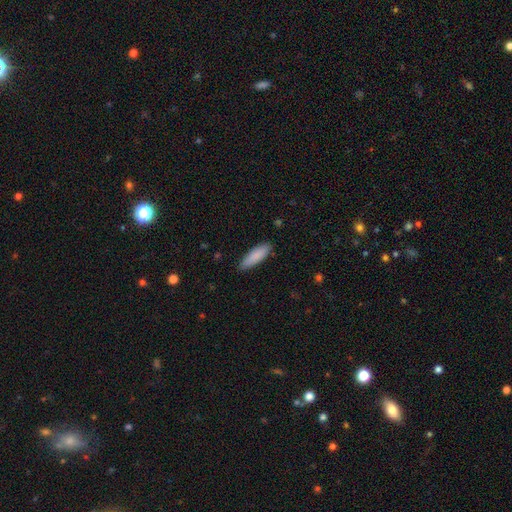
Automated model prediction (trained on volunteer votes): smooth-or-featured: smooth: 86% | featured or disk: 8% | star or artifact: 6%
  how-rounded: cigar-shaped: 51% | in between: 48% | round: 1%
  merging: none: 86% | minor disturbance: 11% | major disturbance: 2% | merger: 1%